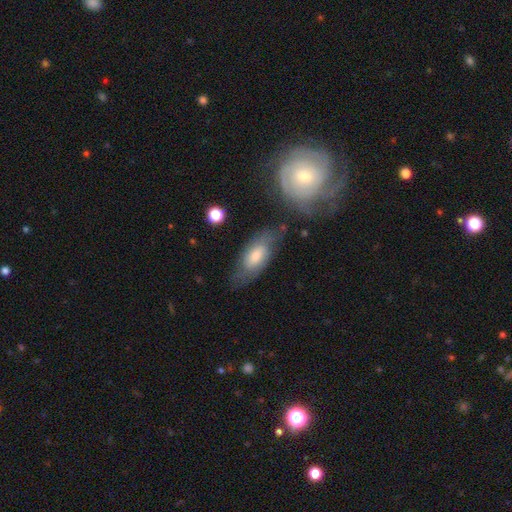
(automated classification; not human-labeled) Smooth or featured: featured or disk — 49% (smooth — 44%)
Merging: none — 63% (minor disturbance — 22%)